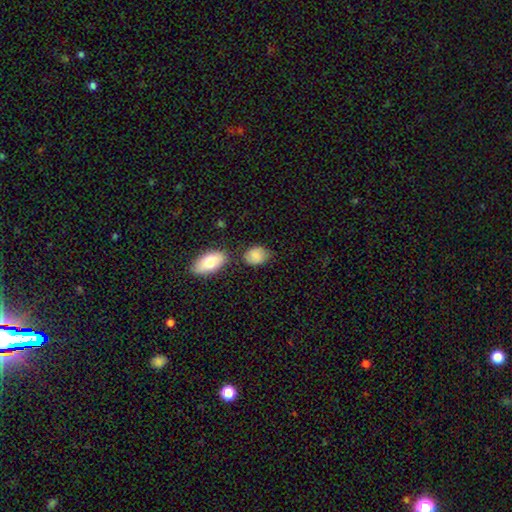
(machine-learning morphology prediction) smooth_or_featured: smooth (p=0.85) [alt: featured or disk p=0.07]
how_rounded: in between (p=0.72) [alt: round p=0.26]
merging: none (p=0.63) [alt: minor disturbance p=0.22]